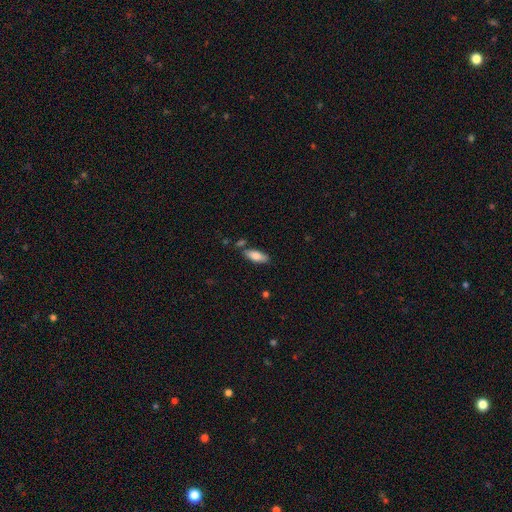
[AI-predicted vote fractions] Smooth or featured?
  - smooth: 79% *
  - featured or disk: 15%
  - star or artifact: 7%
How rounded?
  - in between: 72% *
  - cigar-shaped: 26%
  - round: 2%
Merging?
  - none: 75% *
  - minor disturbance: 14%
  - merger: 7%
  - major disturbance: 3%